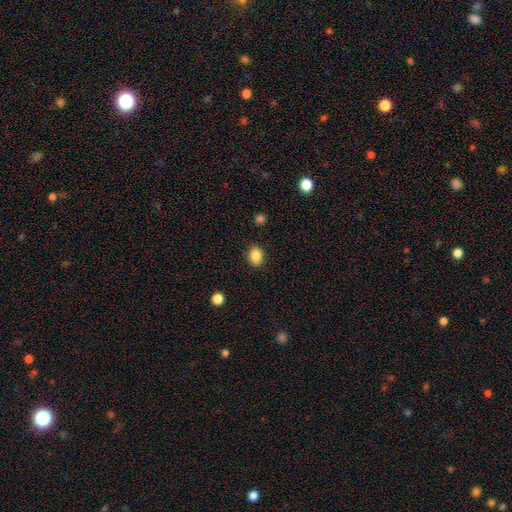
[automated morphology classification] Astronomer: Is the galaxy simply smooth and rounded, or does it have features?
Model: smooth — 86%.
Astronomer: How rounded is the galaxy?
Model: in between — 66%.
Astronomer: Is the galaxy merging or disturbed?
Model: none — 87%.